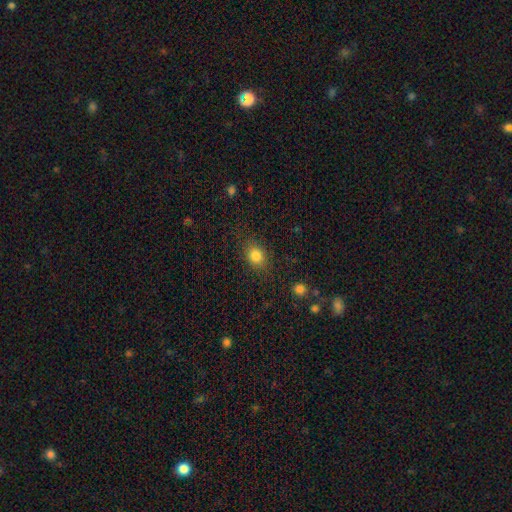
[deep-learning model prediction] Smooth or featured?
  - smooth: 83% *
  - star or artifact: 11%
  - featured or disk: 6%
How rounded?
  - round: 66% *
  - in between: 33%
  - cigar-shaped: 1%
Merging?
  - none: 84% *
  - minor disturbance: 11%
  - major disturbance: 4%
  - merger: 2%